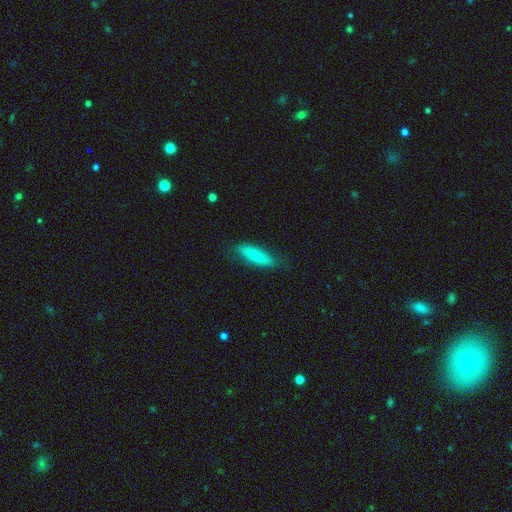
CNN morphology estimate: This appears to be a smooth galaxy with no disk features (65%) that is in between round and cigar-shaped (52%). Merging: none (79%).